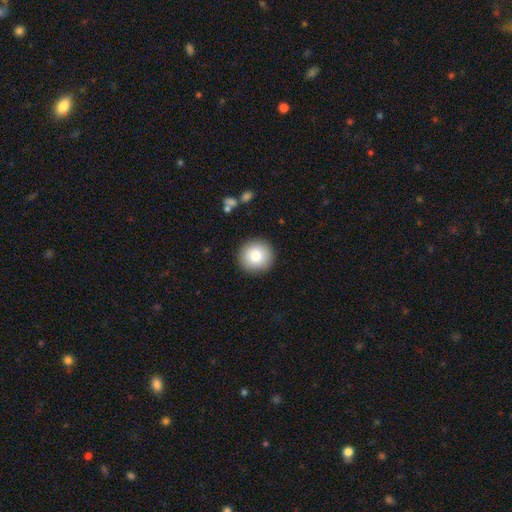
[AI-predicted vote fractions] A smooth galaxy with no disk features (83%) that is round (94%). Merging: none (91%).